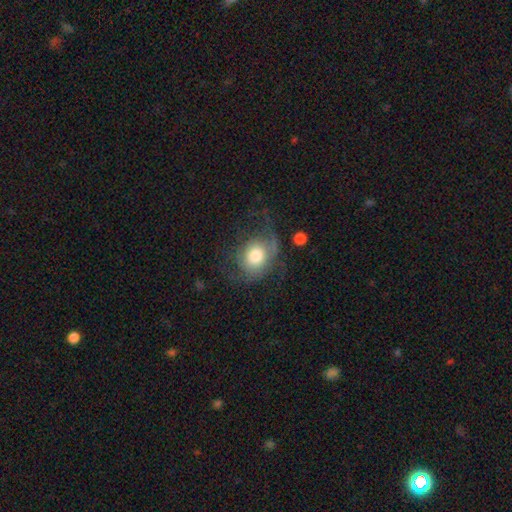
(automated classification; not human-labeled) smooth-or-featured: smooth: 52% | featured or disk: 40% | star or artifact: 8%
  how-rounded: round: 59% | in between: 40% | cigar-shaped: 1%
  merging: none: 44% | major disturbance: 31% | minor disturbance: 22% | merger: 3%